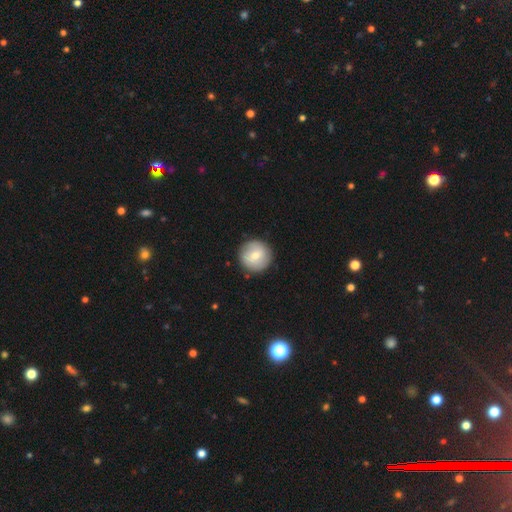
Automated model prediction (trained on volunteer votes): smooth 66%, featured or disk 28%, star or artifact 7%. Down the decision tree: how rounded — round (95%); merging — none (89%).